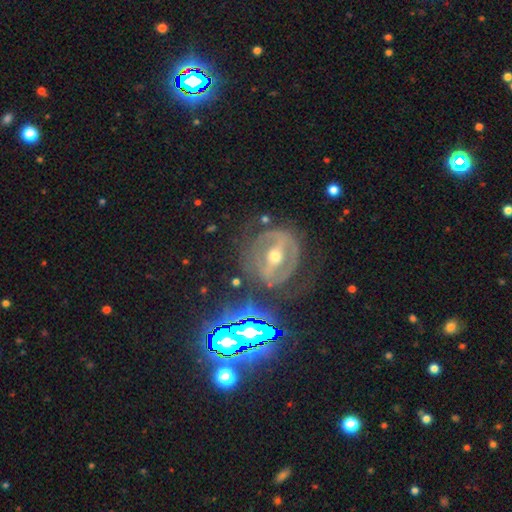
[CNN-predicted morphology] type=featured or disk (72%); edge-on=no (92%); bar=strong (57%); spiral arms=yes (74%); bulge=moderate (56%); merging=none (70%).